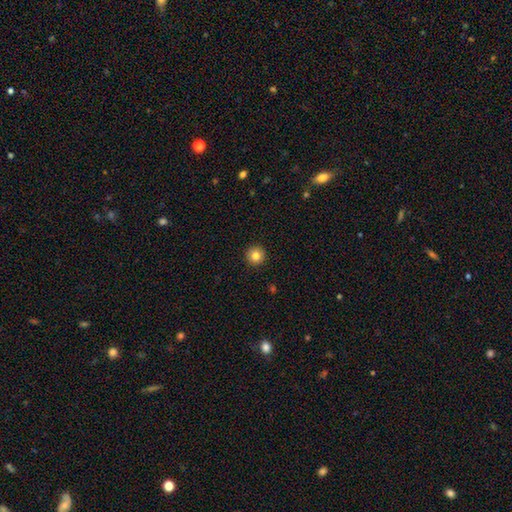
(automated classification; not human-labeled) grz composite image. It shows a smooth galaxy with no disk features (82%) that is round (96%). Merging: none (93%).